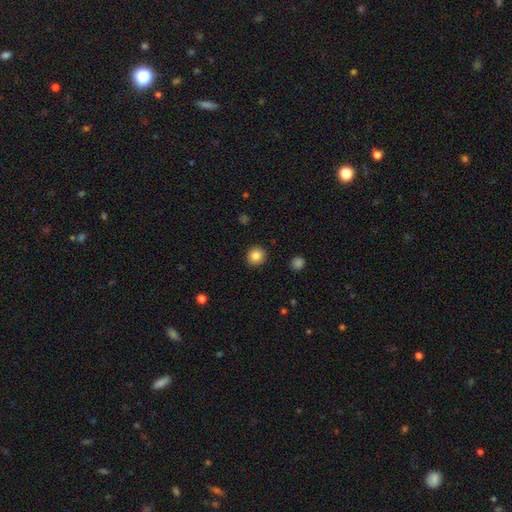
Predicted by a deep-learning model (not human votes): smooth-or-featured: smooth: 85% | star or artifact: 10% | featured or disk: 5%
  how-rounded: round: 90% | in between: 9% | cigar-shaped: 1%
  merging: none: 92% | minor disturbance: 5% | major disturbance: 2% | merger: 1%